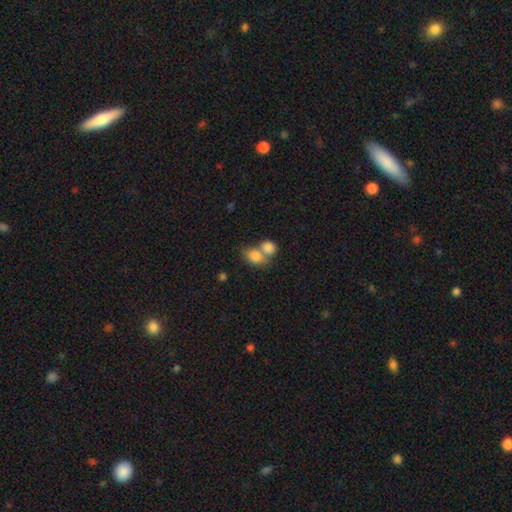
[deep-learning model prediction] Q: Smooth or featured?
A: smooth (81%); runner-up: featured or disk (10%)
Q: How rounded?
A: in between (57%); runner-up: round (42%)
Q: Merging?
A: merger (64%); runner-up: none (25%)